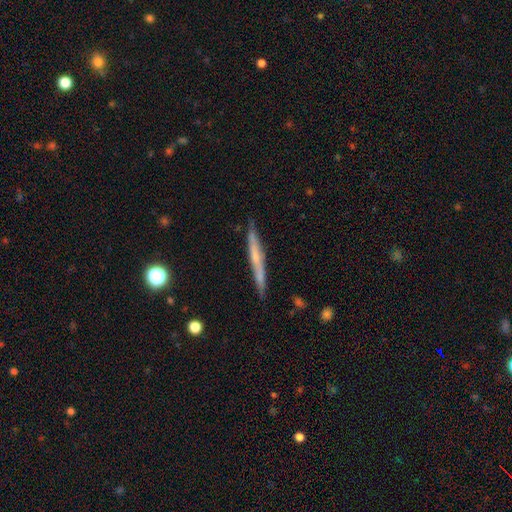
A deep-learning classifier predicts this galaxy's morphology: A featured or disk galaxy (54%) viewed edge-on (95%) with no central bulge (57%).

Vote fractions:
- Smooth or featured? featured or disk: 54% / smooth: 39% / star or artifact: 6%
- Edge-on disk? yes: 95% / no: 5%
- Edge-on bulge? none: 57% / rounded: 38% / boxy: 6%
- Merging? none: 86% / minor disturbance: 11% / major disturbance: 2% / merger: 2%